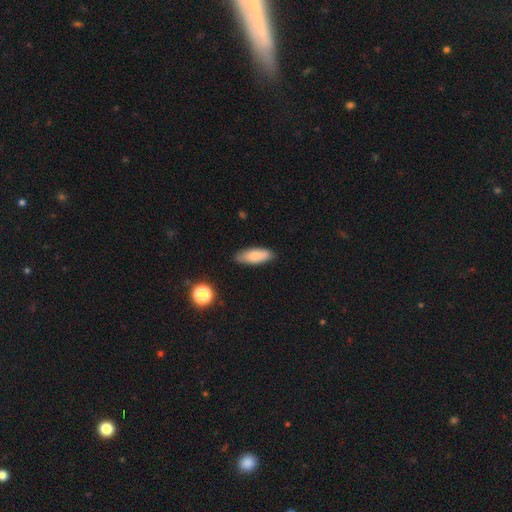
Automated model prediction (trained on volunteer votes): This appears to be a smooth galaxy with no disk features (82%) that is in between round and cigar-shaped (68%). Merging: none (83%).